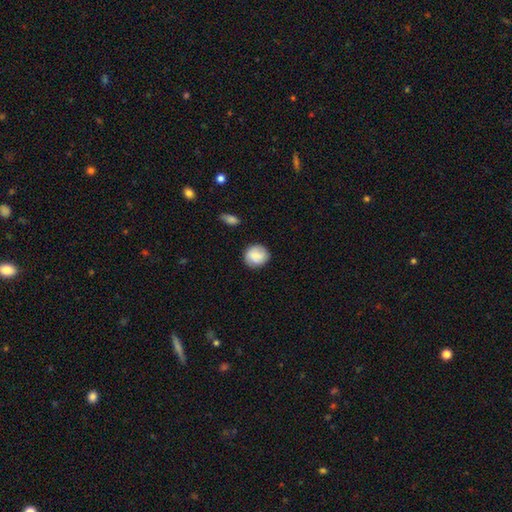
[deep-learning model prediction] This is clearly a smooth galaxy (81%). How rounded: clearly round (87%). Merging: clearly none (85%).